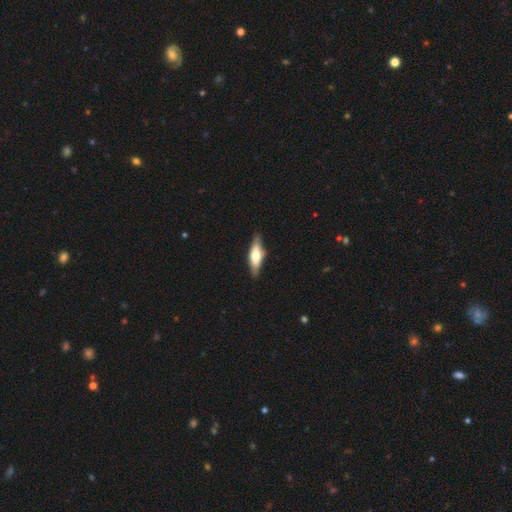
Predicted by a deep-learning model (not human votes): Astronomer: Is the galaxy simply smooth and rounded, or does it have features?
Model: featured or disk — 49% (runner-up: smooth, 45%).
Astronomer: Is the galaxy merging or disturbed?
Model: none — 85%.